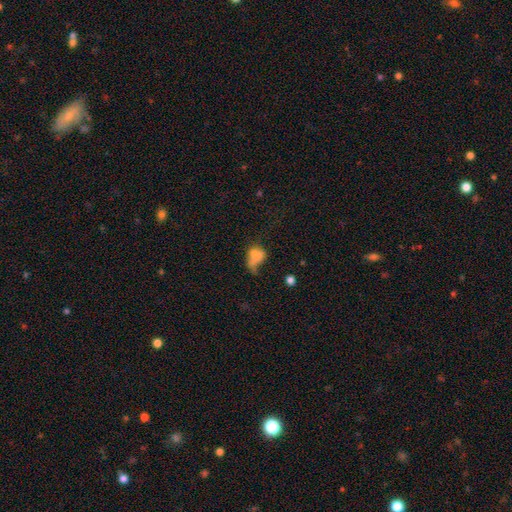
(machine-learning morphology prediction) smooth_or_featured: smooth (p=0.64) [alt: featured or disk p=0.23]
how_rounded: in between (p=0.73) [alt: round p=0.24]
merging: major disturbance (p=0.38) [alt: merger p=0.24]